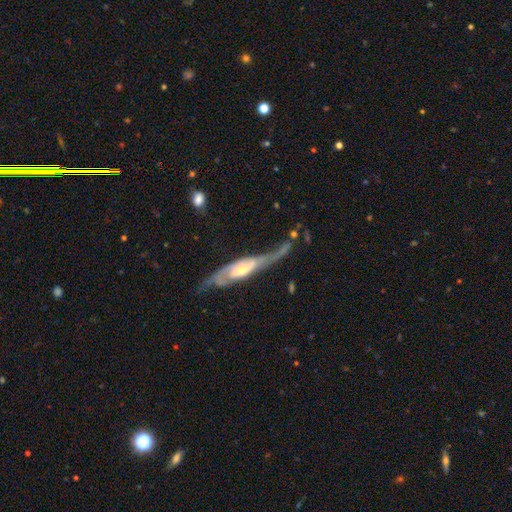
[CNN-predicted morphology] Smooth or featured: featured or disk — 78% (smooth — 14%)
Edge-on disk: yes — 72% (no — 28%)
Edge-on bulge: rounded — 79% (boxy — 11%)
Merging: none — 49% (minor disturbance — 25%)